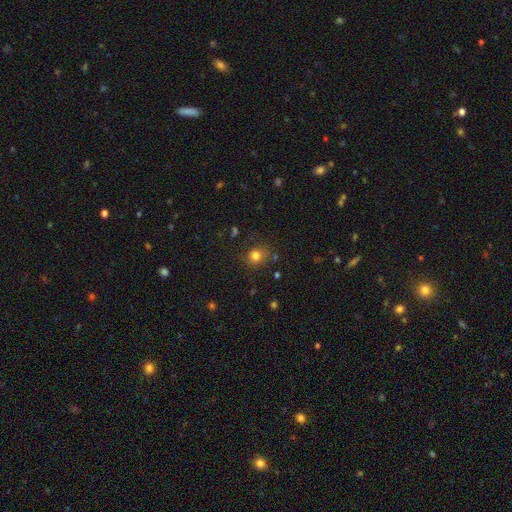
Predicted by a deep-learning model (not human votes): A smooth galaxy with no disk features (79%) that is round (80%). Merging: none (79%).